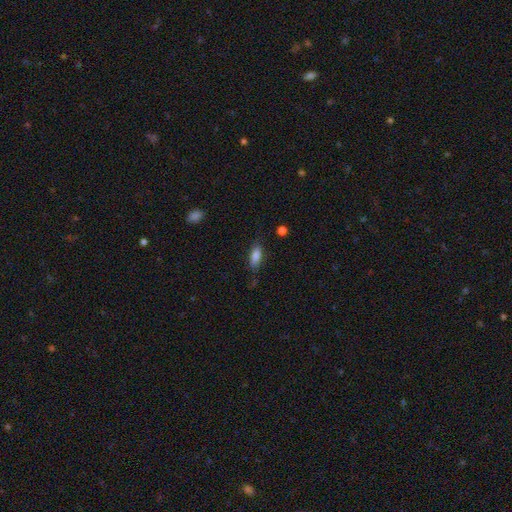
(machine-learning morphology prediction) Q: Smooth or featured?
A: smooth (82%); runner-up: featured or disk (11%)
Q: How rounded?
A: in between (74%); runner-up: cigar-shaped (23%)
Q: Merging?
A: none (75%); runner-up: minor disturbance (18%)